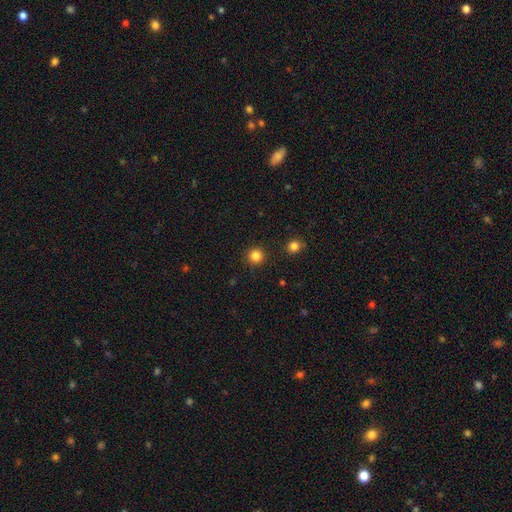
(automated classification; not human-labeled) smooth 83%, star or artifact 13%, featured or disk 4%. Down the decision tree: how rounded — round (95%); merging — none (92%).